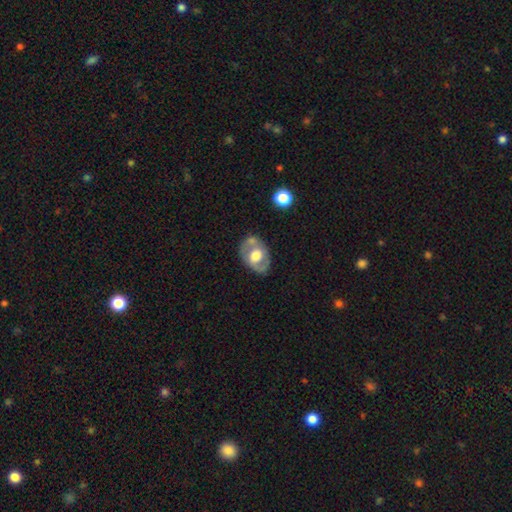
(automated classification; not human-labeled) smooth_or_featured: featured or disk (p=0.56) [alt: smooth p=0.38]
disk_edge_on: no (p=0.92) [alt: yes p=0.08]
bar: no (p=0.72) [alt: weak p=0.22]
has_spiral_arms: no (p=0.64) [alt: yes p=0.36]
bulge_size: moderate (p=0.49) [alt: large p=0.43]
merging: none (p=0.69) [alt: minor disturbance p=0.19]